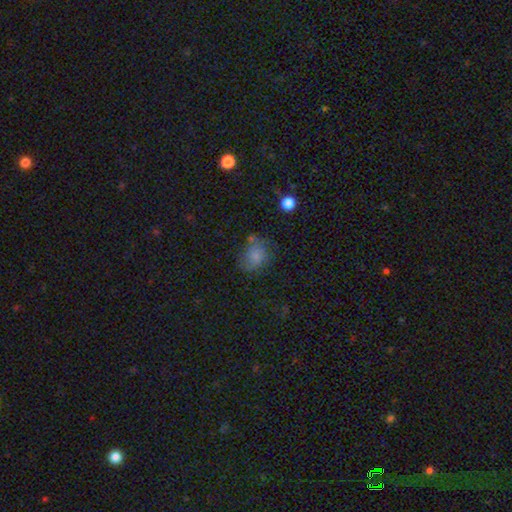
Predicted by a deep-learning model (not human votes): Smooth or featured: smooth — 76% (star or artifact — 12%)
How rounded: in between — 53% (round — 46%)
Merging: none — 54% (minor disturbance — 27%)